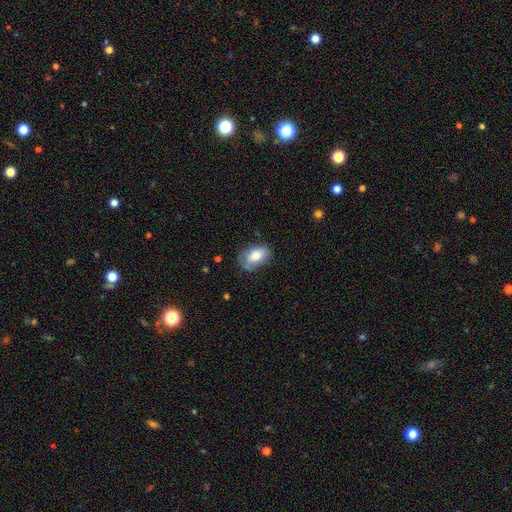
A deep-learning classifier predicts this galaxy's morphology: Smooth or featured? Predicted: smooth (p=0.73). How rounded? Predicted: in between (p=0.88). Merging? Predicted: none (p=0.64).